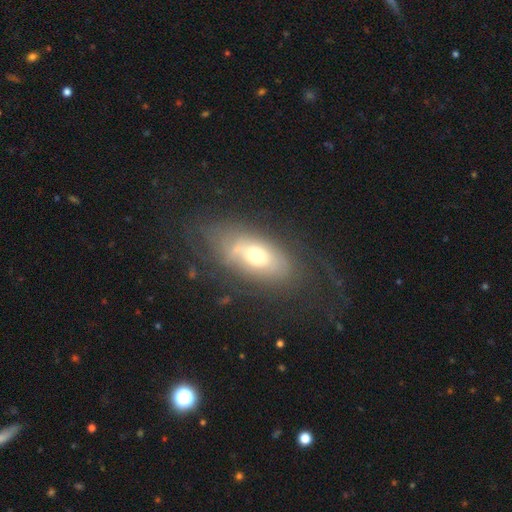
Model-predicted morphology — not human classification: Smooth or featured? featured or disk (54%)
Edge-on disk? no (85%)
Merging? none (56%)